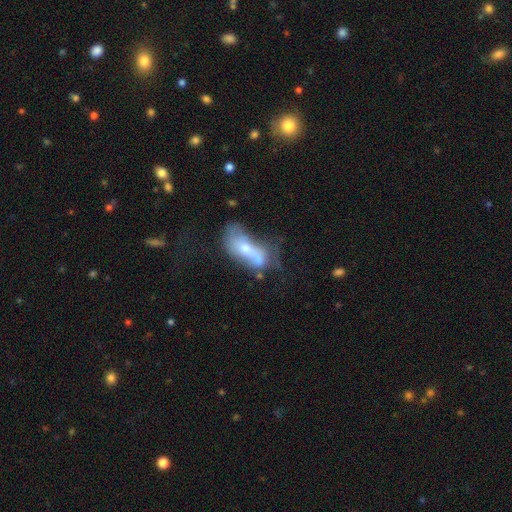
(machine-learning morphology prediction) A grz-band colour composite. It shows a smooth galaxy with no disk features (52%) that is in between round and cigar-shaped (80%). Merging: merger (38%).